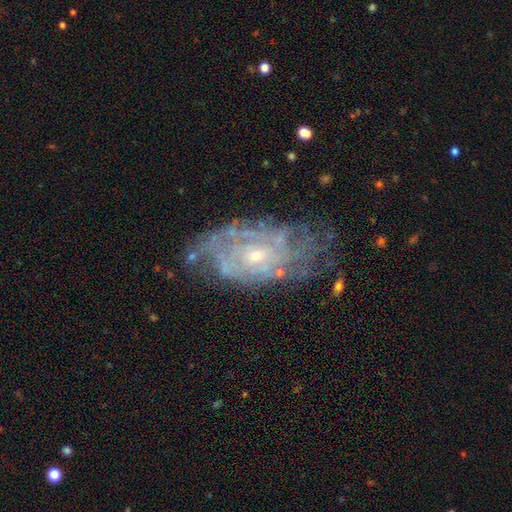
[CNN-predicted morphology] featured or disk 81%, smooth 12%, star or artifact 8%. Down the decision tree: edge-on disk — no (94%); bar — no (75%); spiral arms — yes (83%); spiral arm count — can't tell (58%); spiral winding — tight (67%); bulge size — small (70%); merging — none (64%).